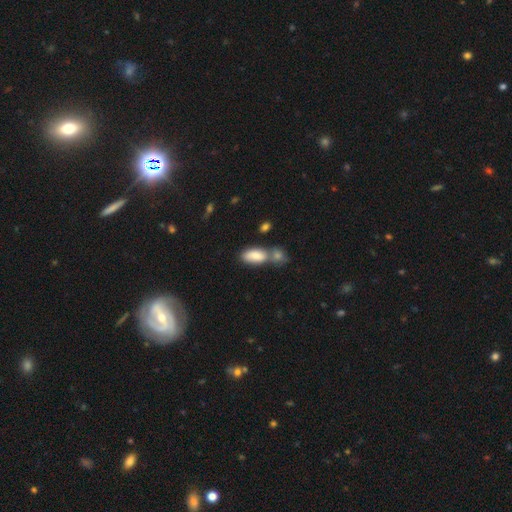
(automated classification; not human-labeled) smooth 84%, featured or disk 9%, star or artifact 7%. Down the decision tree: how rounded — in between (87%); merging — merger (44%).